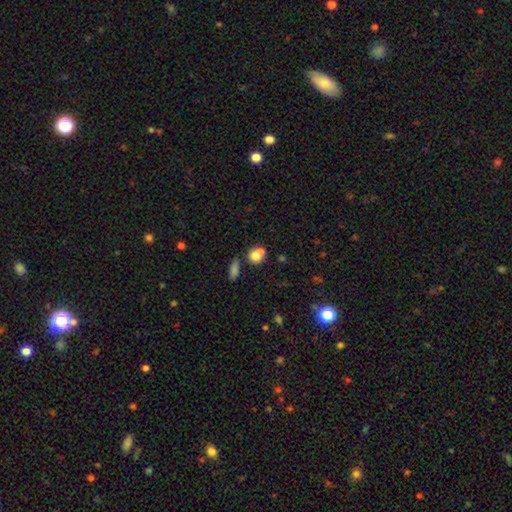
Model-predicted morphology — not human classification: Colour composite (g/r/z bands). It shows a smooth galaxy with no disk features (74%) that is round (70%). Merging: merger (51%).